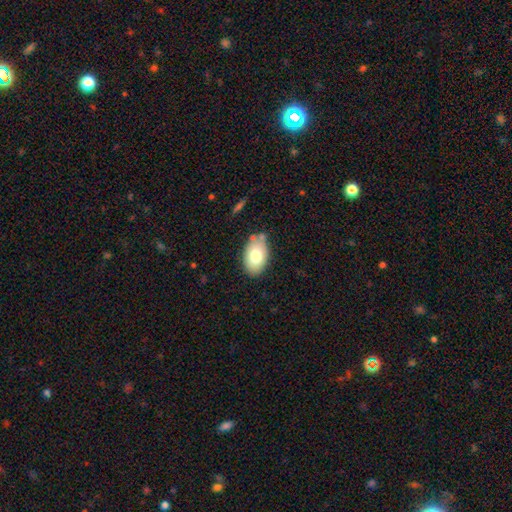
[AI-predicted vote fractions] smooth-or-featured: smooth: 77% | featured or disk: 16% | star or artifact: 7%
  how-rounded: in between: 90% | round: 9% | cigar-shaped: 1%
  merging: none: 75% | minor disturbance: 16% | merger: 5% | major disturbance: 3%